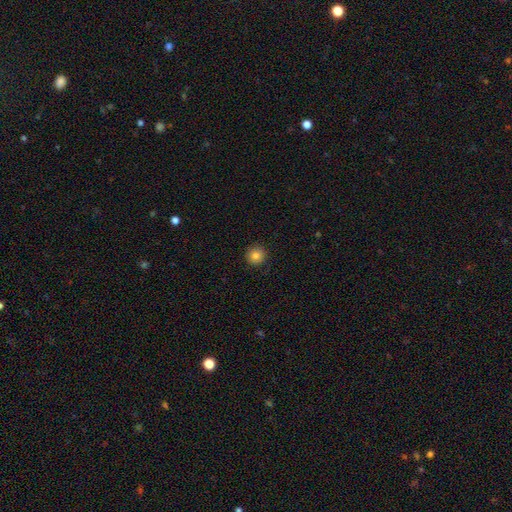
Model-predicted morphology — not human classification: Smooth or featured: smooth — 82% (star or artifact — 11%)
How rounded: round — 95% (in between — 4%)
Merging: none — 91% (minor disturbance — 6%)